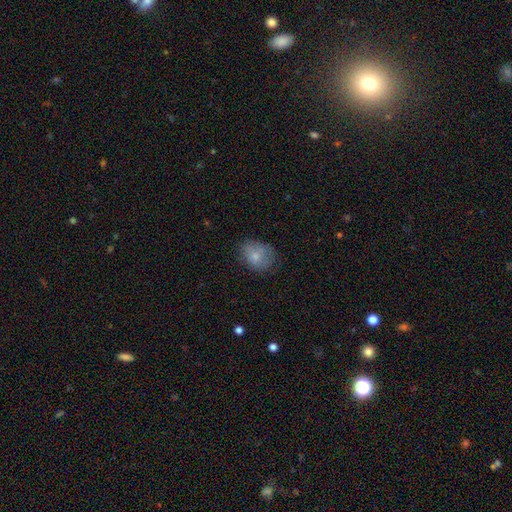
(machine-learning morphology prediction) This appears to be a smooth galaxy with no disk features (77%) that is in between round and cigar-shaped (56%). Merging: none (63%).